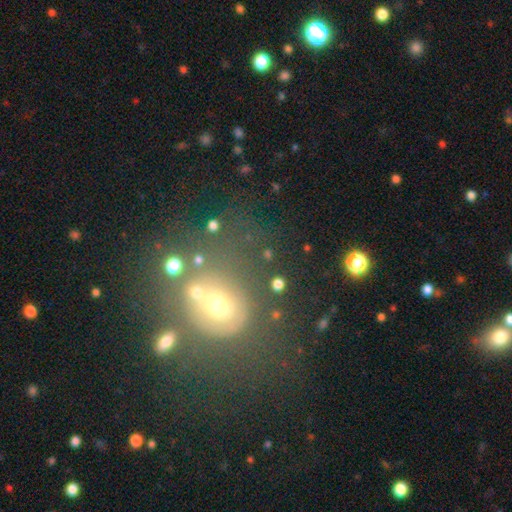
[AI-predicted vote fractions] A smooth galaxy with no disk features (40%). Merging: none (49%).